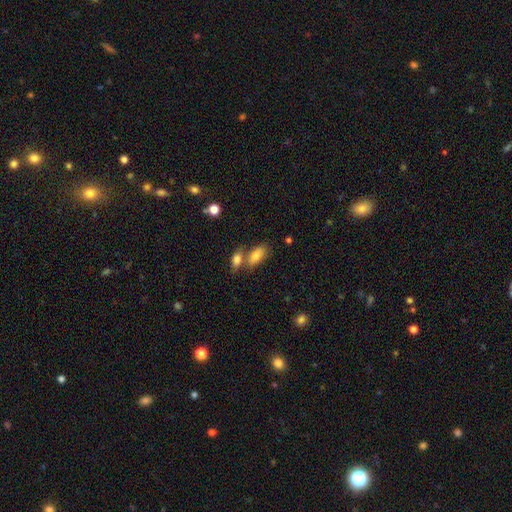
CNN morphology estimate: This appears to be a smooth galaxy with no disk features (79%) that is in between round and cigar-shaped (87%). Merging: none (46%).